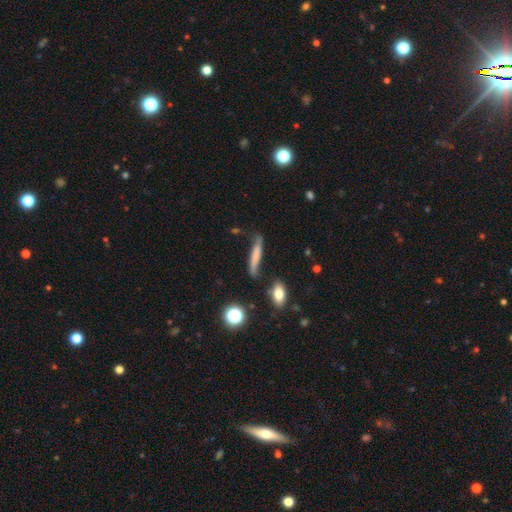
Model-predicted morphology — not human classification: This appears to be a smooth galaxy with no disk features (63%) that is cigar-shaped (87%). Merging: none (62%).